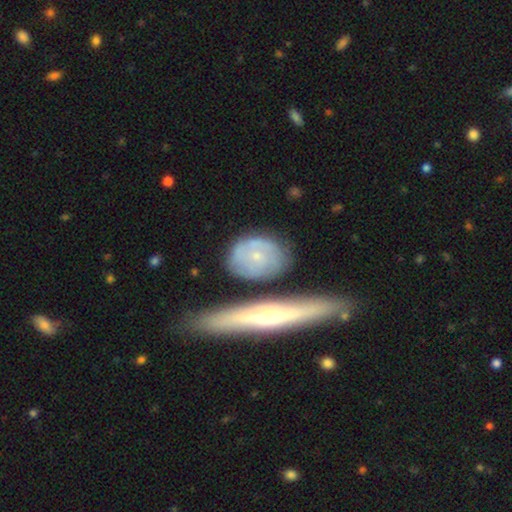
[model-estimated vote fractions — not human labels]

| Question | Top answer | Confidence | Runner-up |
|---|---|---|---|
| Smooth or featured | featured or disk | 48% | smooth (46%) |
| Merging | none | 64% | minor disturbance (20%) |